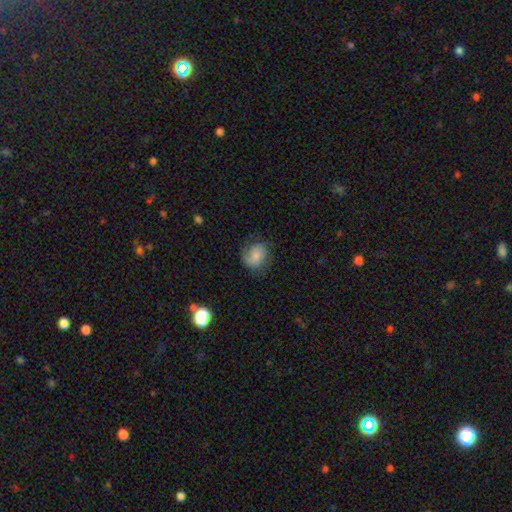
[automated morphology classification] Overall: smooth (61%; featured or disk 30%). How rounded: round (63%; in between 36%). Merging: none (63%).